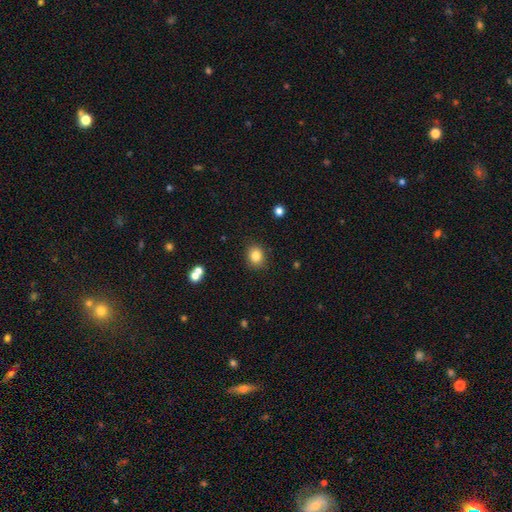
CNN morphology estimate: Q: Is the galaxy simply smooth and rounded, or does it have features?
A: smooth — 83%.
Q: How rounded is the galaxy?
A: round — 73%.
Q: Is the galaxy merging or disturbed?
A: none — 87%.